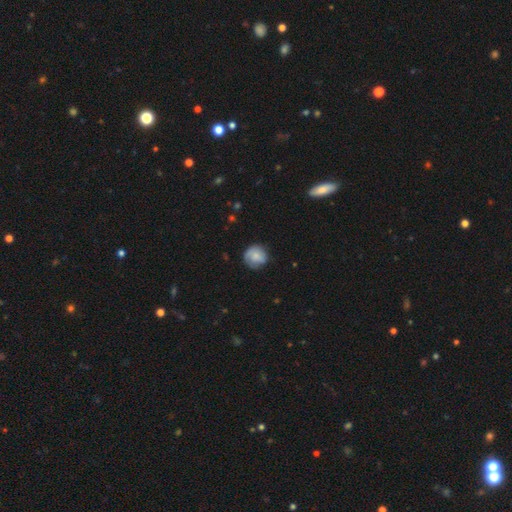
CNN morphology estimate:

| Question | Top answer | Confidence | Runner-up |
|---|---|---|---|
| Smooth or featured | smooth | 70% | featured or disk (23%) |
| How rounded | round | 88% | in between (11%) |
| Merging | none | 70% | minor disturbance (22%) |